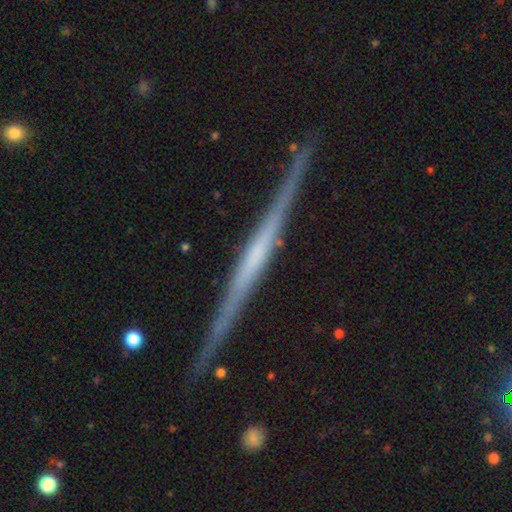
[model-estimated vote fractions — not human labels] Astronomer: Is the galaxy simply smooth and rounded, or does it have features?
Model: featured or disk — 79%.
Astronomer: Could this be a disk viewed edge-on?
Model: yes — 98%.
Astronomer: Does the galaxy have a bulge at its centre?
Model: none — 64%.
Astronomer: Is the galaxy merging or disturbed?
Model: none — 90%.